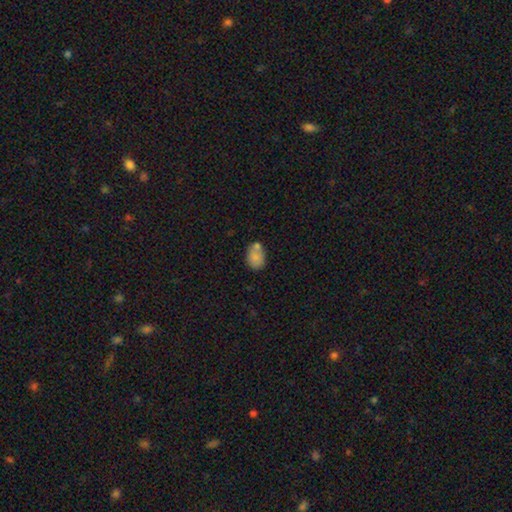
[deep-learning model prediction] Overall: smooth (79%). How rounded: in between (71%). Merging: none (49%; merger 28%).